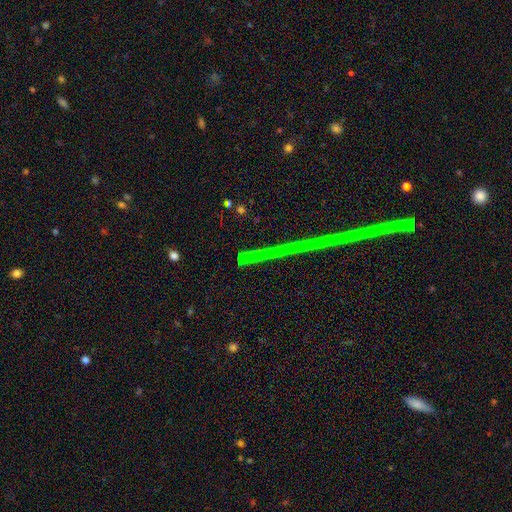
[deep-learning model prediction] Q: Smooth or featured?
A: star or artifact (78%); runner-up: featured or disk (13%)